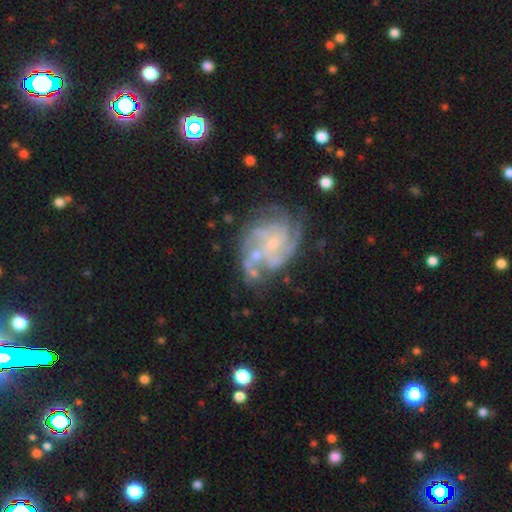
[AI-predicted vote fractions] This appears to be a featured or disk galaxy (79%) with no bar (68%), tight (45%) spiral arms (86%) and a small central bulge (69%). Merging: none (52%).